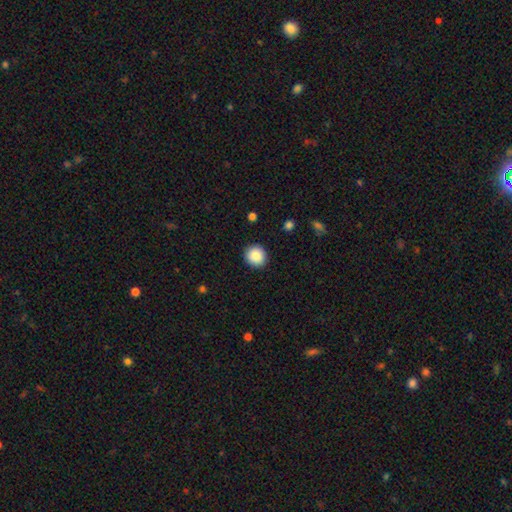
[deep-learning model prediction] A smooth galaxy with no disk features (87%) that is round (91%).

Vote fractions:
- Smooth or featured? smooth: 87% / star or artifact: 8% / featured or disk: 5%
- How rounded? round: 91% / in between: 8% / cigar-shaped: 1%
- Merging? none: 91% / minor disturbance: 6% / major disturbance: 2% / merger: 1%